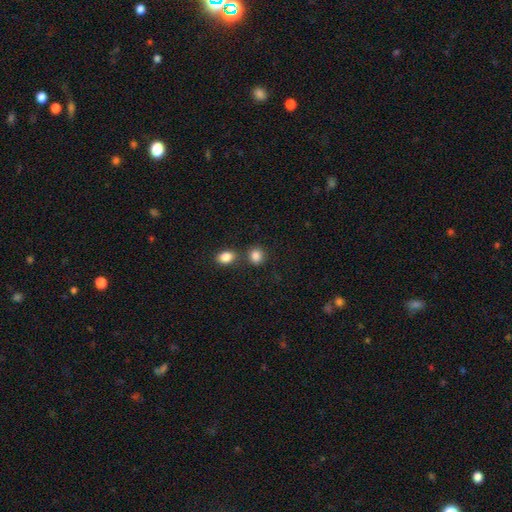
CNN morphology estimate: type=smooth (85%); roundness=round (68%); merging=none (67%).